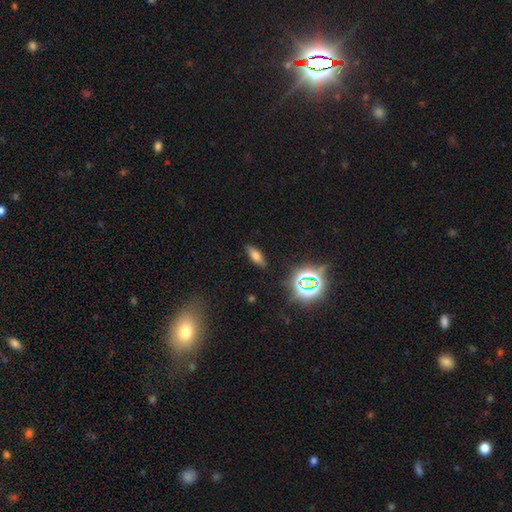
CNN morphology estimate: Smooth or featured? Predicted: smooth (p=0.65). How rounded? Predicted: in between (p=0.63). Merging? Predicted: none (p=0.85).